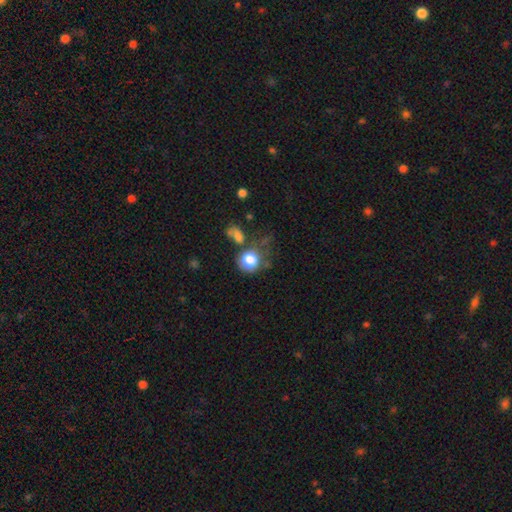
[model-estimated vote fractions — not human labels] A smooth galaxy with no disk features (58%) that is round (85%). Merging: none (52%).